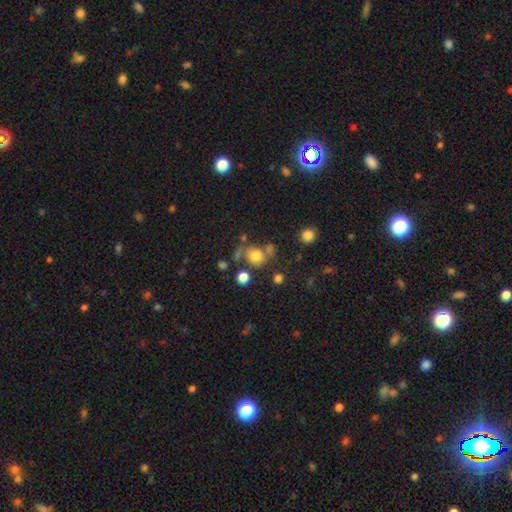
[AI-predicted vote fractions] Overall: smooth (73%). How rounded: round (74%). Merging: none (51%; merger 22%).